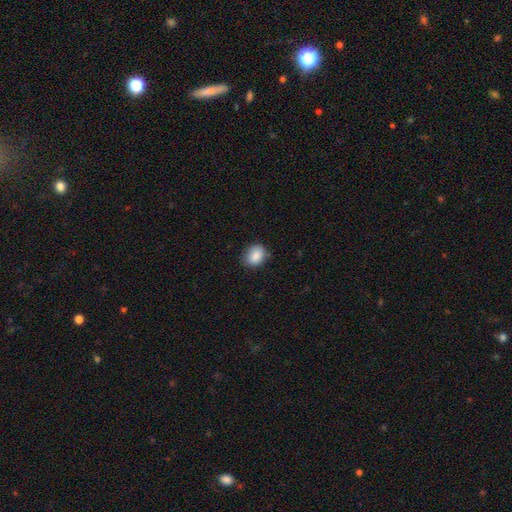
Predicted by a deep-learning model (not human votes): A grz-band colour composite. It shows a smooth galaxy with no disk features (87%) that is round (52%). Merging: none (78%).